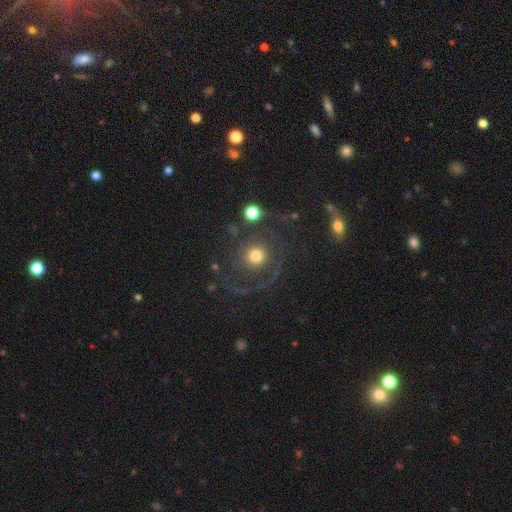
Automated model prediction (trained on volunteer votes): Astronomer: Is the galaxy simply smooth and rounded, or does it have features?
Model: smooth — 45% (runner-up: featured or disk, 43%).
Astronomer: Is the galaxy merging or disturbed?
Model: none — 60%.